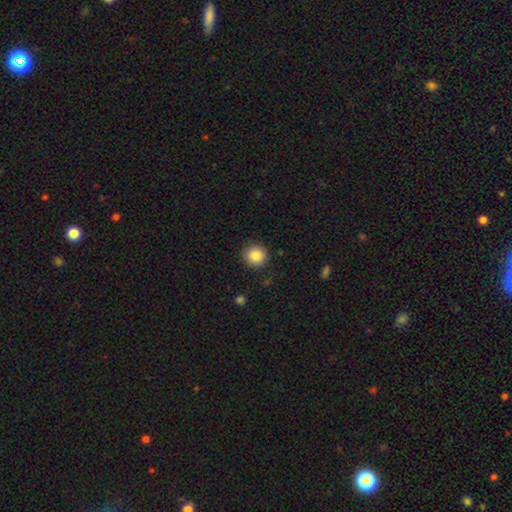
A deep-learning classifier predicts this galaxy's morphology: smooth-or-featured: smooth: 86% | star or artifact: 9% | featured or disk: 5%
  how-rounded: round: 90% | in between: 9% | cigar-shaped: 1%
  merging: none: 89% | minor disturbance: 8% | major disturbance: 2% | merger: 1%